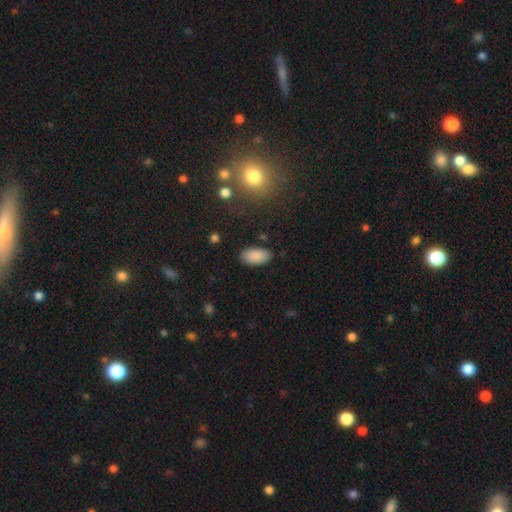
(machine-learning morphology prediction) A smooth galaxy with no disk features (88%) that is in between round and cigar-shaped (95%).

Vote fractions:
- Smooth or featured? smooth: 88% / star or artifact: 8% / featured or disk: 4%
- How rounded? in between: 95% / round: 3% / cigar-shaped: 2%
- Merging? none: 85% / minor disturbance: 10% / major disturbance: 3% / merger: 1%